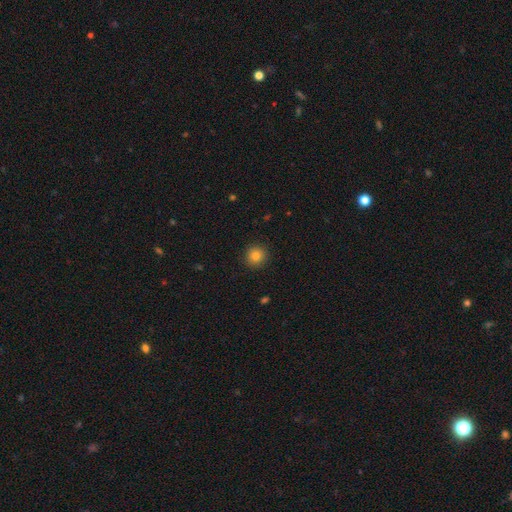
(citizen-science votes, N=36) smooth_or_featured: smooth (p=0.89) [alt: featured or disk p=0.06]
how_rounded: round (p=0.94) [alt: in between p=0.03]
merging: none (p=0.91) [alt: minor disturbance p=0.06]